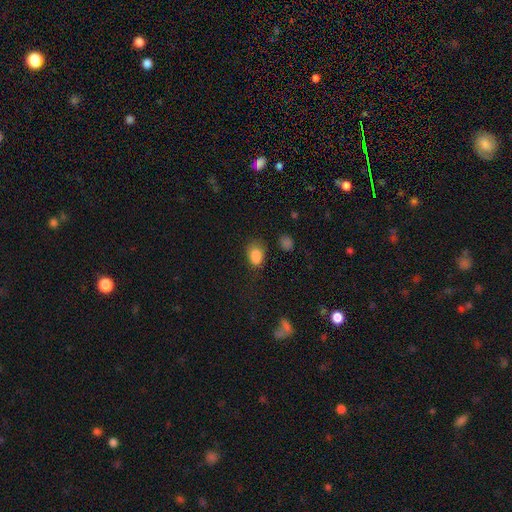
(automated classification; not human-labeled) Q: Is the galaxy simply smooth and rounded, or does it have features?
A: smooth — 84%.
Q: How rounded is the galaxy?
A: in between — 77%.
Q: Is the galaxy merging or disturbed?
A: none — 62%.